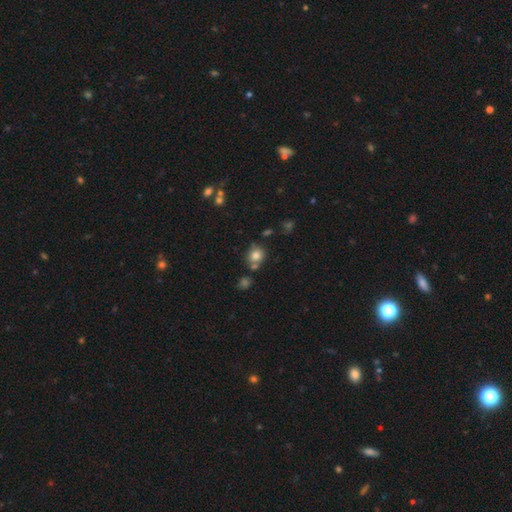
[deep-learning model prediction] Q: Smooth or featured?
A: smooth (78%); runner-up: star or artifact (12%)
Q: How rounded?
A: round (82%); runner-up: in between (17%)
Q: Merging?
A: none (65%); runner-up: merger (18%)